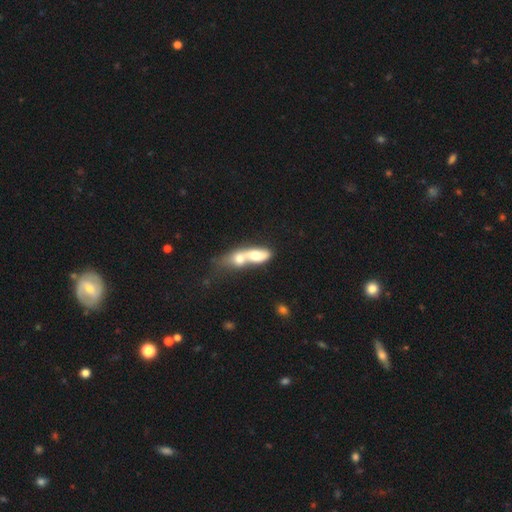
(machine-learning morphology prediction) This is likely a smooth galaxy (60%). How rounded: likely in between (65%). Merging: clearly merger (82%).